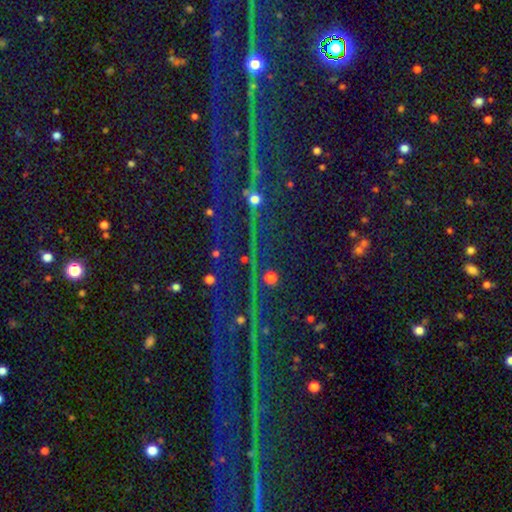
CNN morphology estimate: Q: Smooth or featured?
A: star or artifact (85%); runner-up: featured or disk (8%)